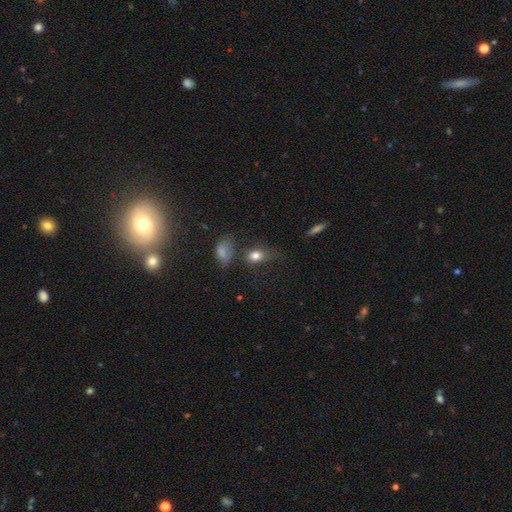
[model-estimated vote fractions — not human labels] smooth 79%, star or artifact 11%, featured or disk 10%. Down the decision tree: how rounded — in between (70%); merging — none (48%).